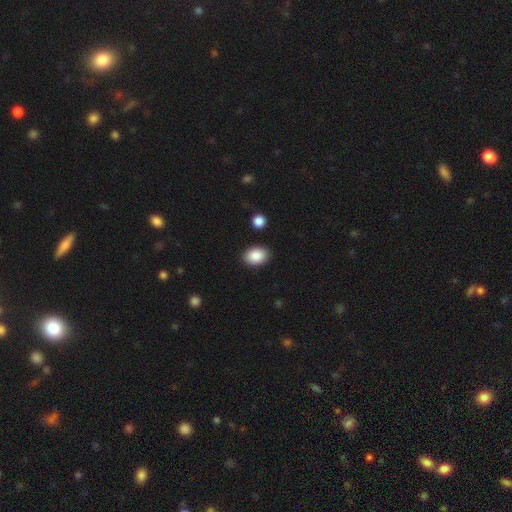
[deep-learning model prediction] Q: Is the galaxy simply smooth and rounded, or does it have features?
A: smooth — 88%.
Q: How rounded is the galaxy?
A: in between — 82%.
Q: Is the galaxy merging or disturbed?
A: none — 88%.